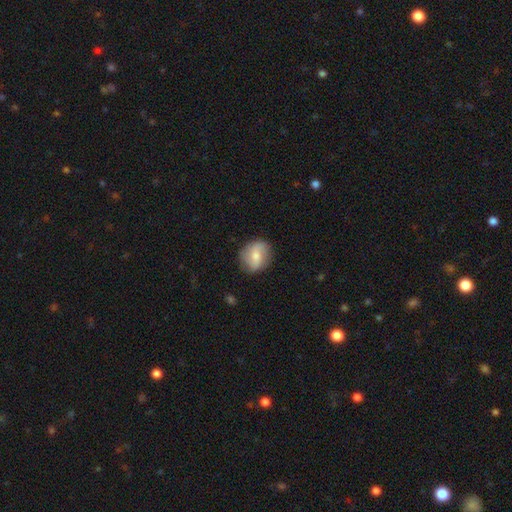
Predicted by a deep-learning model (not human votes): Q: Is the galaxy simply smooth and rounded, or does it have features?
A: smooth — 50%.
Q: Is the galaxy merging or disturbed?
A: none — 82%.